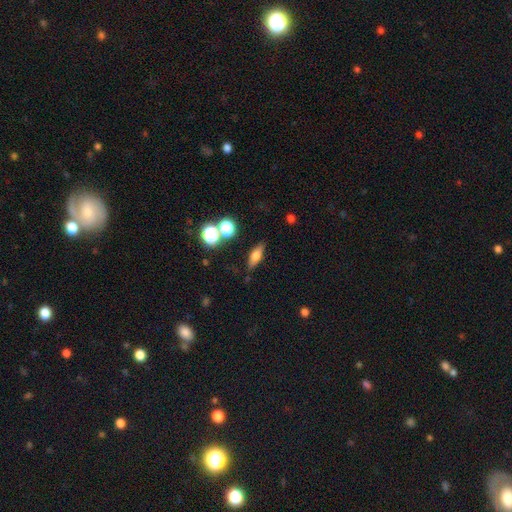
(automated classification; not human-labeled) Smooth or featured: smooth — 62% (featured or disk — 26%)
How rounded: in between — 53% (cigar-shaped — 38%)
Merging: none — 82% (minor disturbance — 11%)